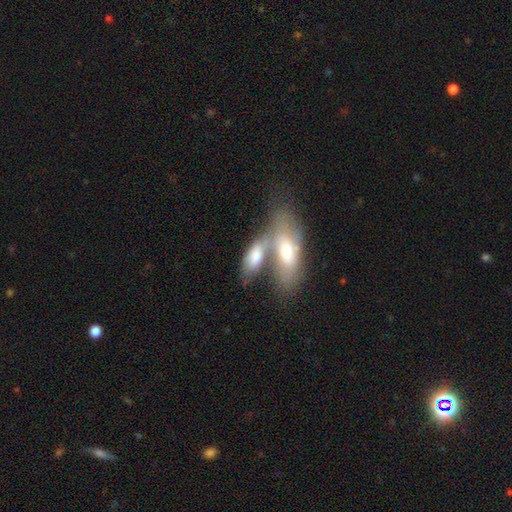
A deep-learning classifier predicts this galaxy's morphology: This appears to be a smooth galaxy with no disk features (68%) that is in between round and cigar-shaped (79%). Merging: merger (69%).